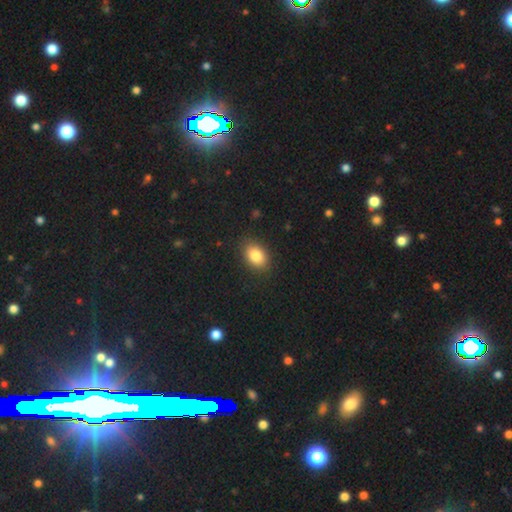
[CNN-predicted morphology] smooth-or-featured: smooth: 84% | star or artifact: 9% | featured or disk: 7%
  how-rounded: in between: 80% | round: 19% | cigar-shaped: 1%
  merging: none: 86% | minor disturbance: 10% | major disturbance: 3% | merger: 1%